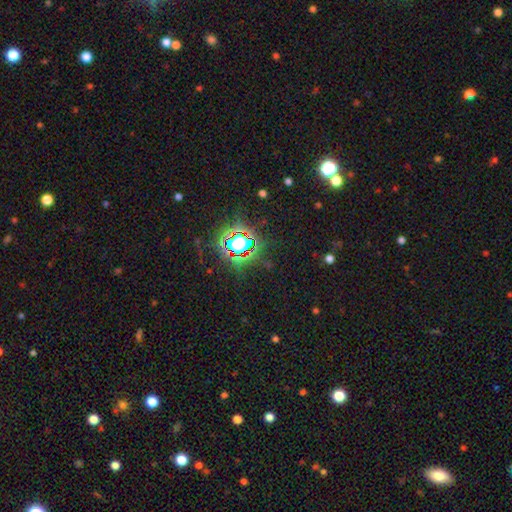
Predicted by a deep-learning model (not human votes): Smooth or featured? Predicted: star or artifact (p=0.79).